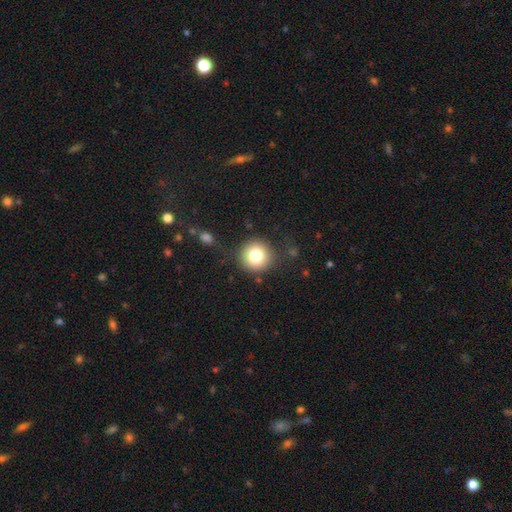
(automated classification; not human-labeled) This is likely a smooth galaxy (80%). How rounded: clearly round (95%). Merging: clearly none (83%).